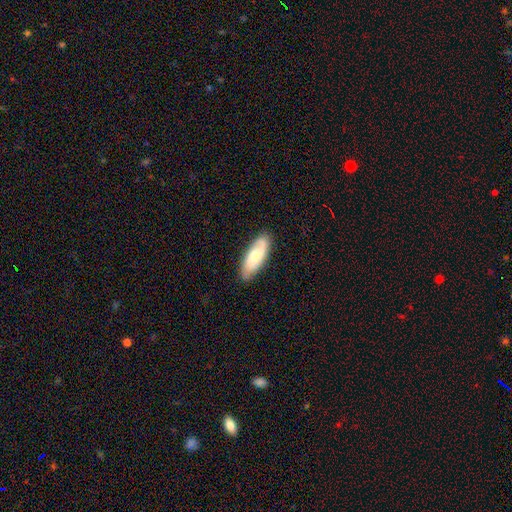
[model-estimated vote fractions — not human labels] Smooth or featured: smooth — 49% (featured or disk — 45%)
Merging: none — 80% (minor disturbance — 15%)